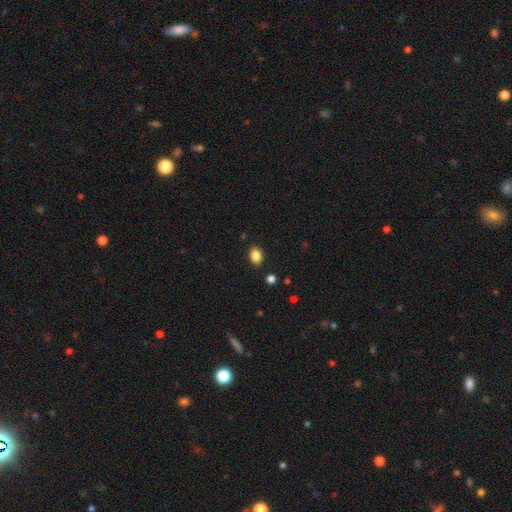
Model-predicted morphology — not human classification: A smooth galaxy with no disk features (87%) that is in between round and cigar-shaped (79%). Merging: none (87%).